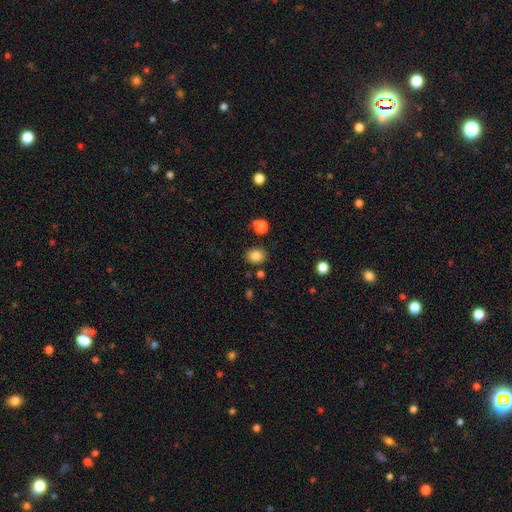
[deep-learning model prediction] Smooth or featured? smooth (84%)
How rounded? round (51%)
Merging? none (83%)